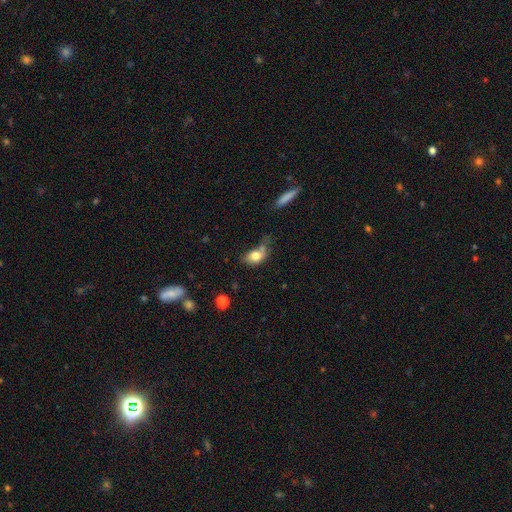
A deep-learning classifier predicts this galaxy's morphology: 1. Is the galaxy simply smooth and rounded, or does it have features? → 78% smooth, 13% featured or disk, 9% star or artifact.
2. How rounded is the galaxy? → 76% in between, 21% round, 2% cigar-shaped.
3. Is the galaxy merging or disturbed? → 34% none, 27% minor disturbance, 21% major disturbance, 18% merger.